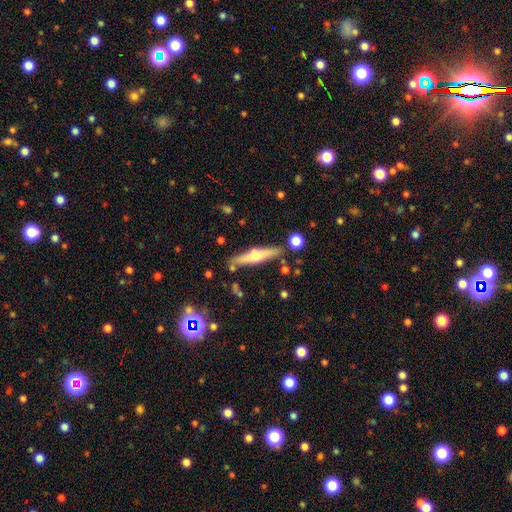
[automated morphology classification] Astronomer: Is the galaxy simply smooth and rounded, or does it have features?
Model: featured or disk — 58% (runner-up: smooth, 35%).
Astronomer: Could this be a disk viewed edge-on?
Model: yes — 94%.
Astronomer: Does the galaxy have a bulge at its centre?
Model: rounded — 92%.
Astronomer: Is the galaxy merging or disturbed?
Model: none — 80%.